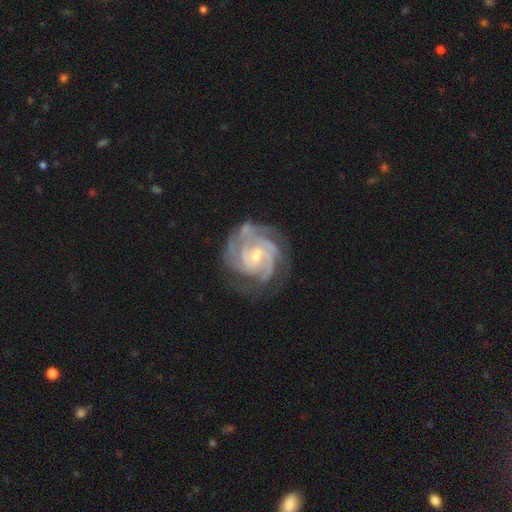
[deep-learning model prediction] Smooth or featured: featured or disk — 90% (smooth — 5%)
Edge-on disk: no — 98% (yes — 2%)
Bar: weak — 45% (no — 44%)
Spiral arms: yes — 98% (no — 2%)
Spiral winding: tight — 71% (medium — 26%)
Spiral arm count: 3 — 32% (4 — 20%)
Bulge size: small — 56% (moderate — 38%)
Merging: none — 71% (minor disturbance — 18%)